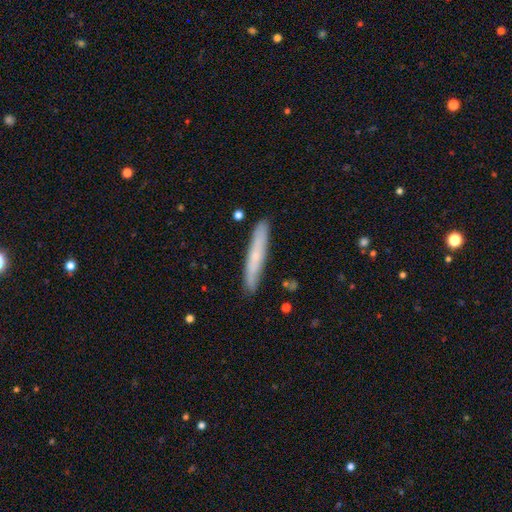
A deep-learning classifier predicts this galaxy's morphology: Smooth or featured? smooth (55%)
How rounded? cigar-shaped (95%)
Merging? none (87%)